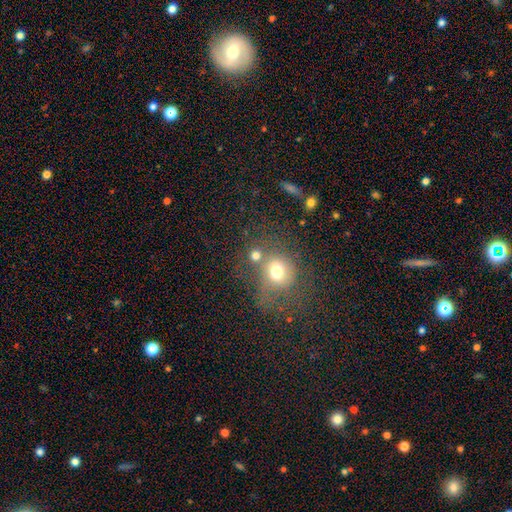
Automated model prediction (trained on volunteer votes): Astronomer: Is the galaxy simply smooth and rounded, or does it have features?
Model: smooth — 68%.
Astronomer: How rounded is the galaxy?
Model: round — 77%.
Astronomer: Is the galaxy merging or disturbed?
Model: none — 42% (runner-up: merger, 35%).